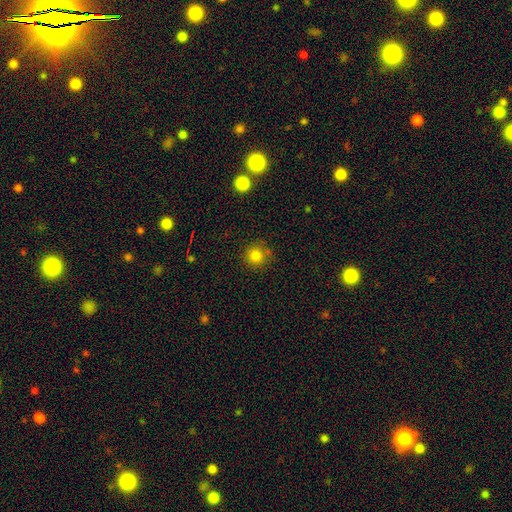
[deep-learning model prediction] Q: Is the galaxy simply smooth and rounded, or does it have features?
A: smooth — 82%.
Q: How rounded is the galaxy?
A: round — 93%.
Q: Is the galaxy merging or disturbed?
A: none — 80%.